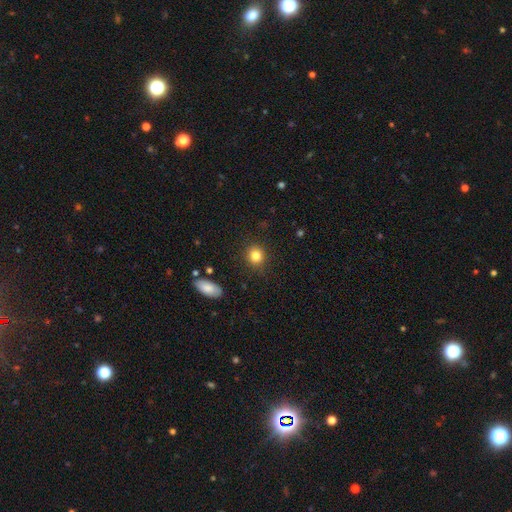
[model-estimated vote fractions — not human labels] Morphology: type=smooth (84%); roundness=round (83%); merging=none (89%).